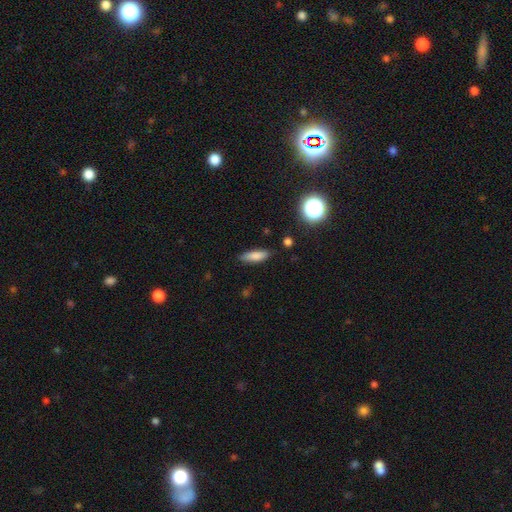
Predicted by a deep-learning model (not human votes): Overall: smooth (81%). How rounded: in between (57%; cigar-shaped 41%). Merging: none (83%).